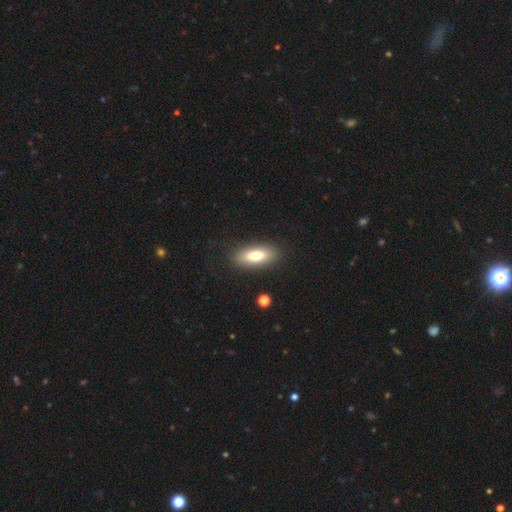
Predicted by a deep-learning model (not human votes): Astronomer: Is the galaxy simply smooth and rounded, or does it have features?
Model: smooth — 74%.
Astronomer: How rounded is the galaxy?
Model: in between — 73%.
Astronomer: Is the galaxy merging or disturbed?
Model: none — 87%.